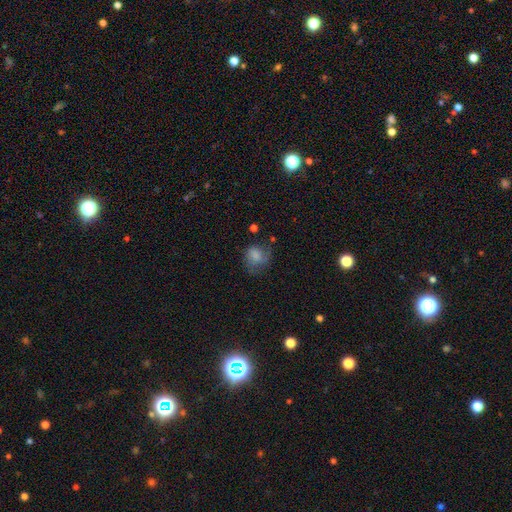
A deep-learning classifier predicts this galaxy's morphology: Smooth or featured: smooth — 70% (featured or disk — 20%)
How rounded: round — 66% (in between — 33%)
Merging: none — 49% (minor disturbance — 28%)